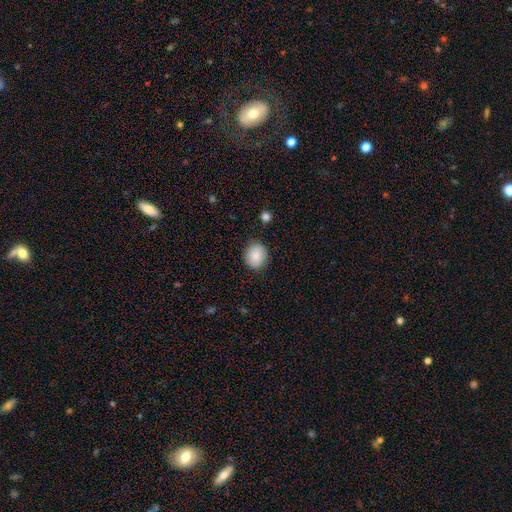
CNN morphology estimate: This is clearly a smooth galaxy (85%). How rounded: likely round (75%). Merging: clearly none (87%).